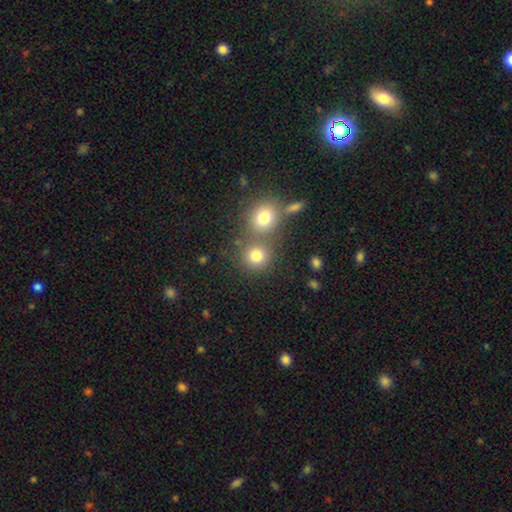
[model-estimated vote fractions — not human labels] Morphology: type=smooth (78%); roundness=round (86%); merging=none (55%).